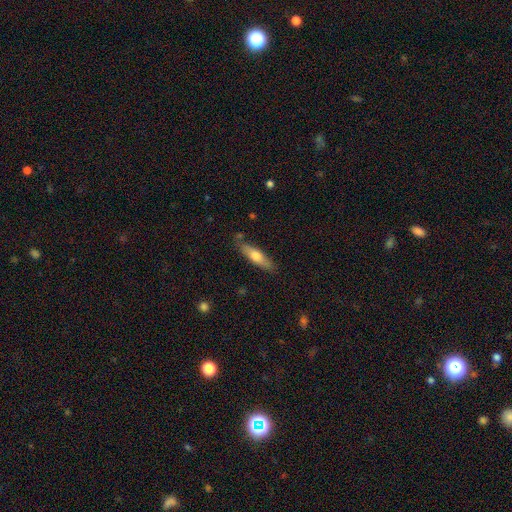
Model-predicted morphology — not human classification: A smooth galaxy with no disk features (62%) that is cigar-shaped (65%).

Vote fractions:
- Smooth or featured? smooth: 62% / featured or disk: 32% / star or artifact: 6%
- How rounded? cigar-shaped: 65% / in between: 33% / round: 2%
- Merging? none: 81% / minor disturbance: 13% / major disturbance: 3% / merger: 3%